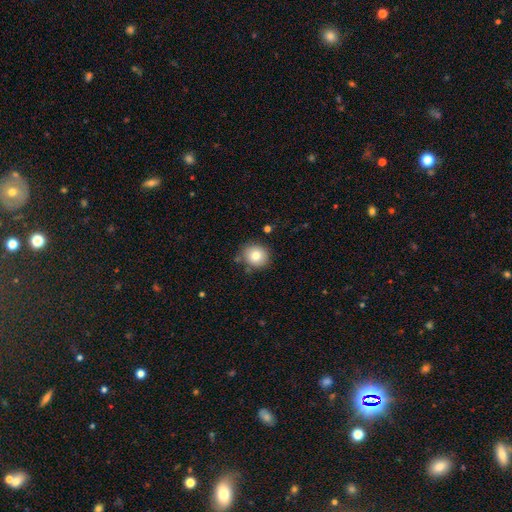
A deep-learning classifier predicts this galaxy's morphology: This appears to be a smooth galaxy with no disk features (79%) that is round (81%). Merging: none (81%).